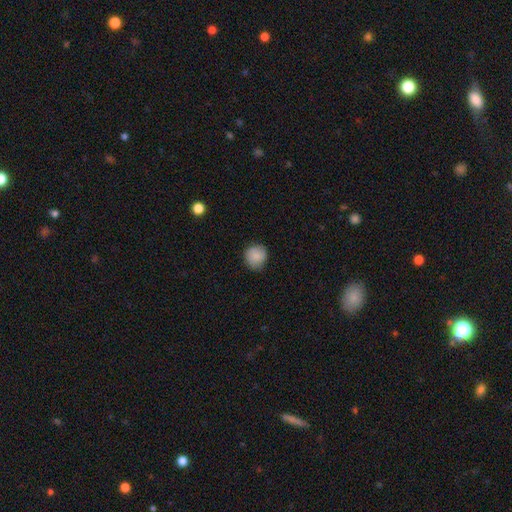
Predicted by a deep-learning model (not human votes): Overall: smooth (84%). How rounded: round (87%). Merging: none (78%).